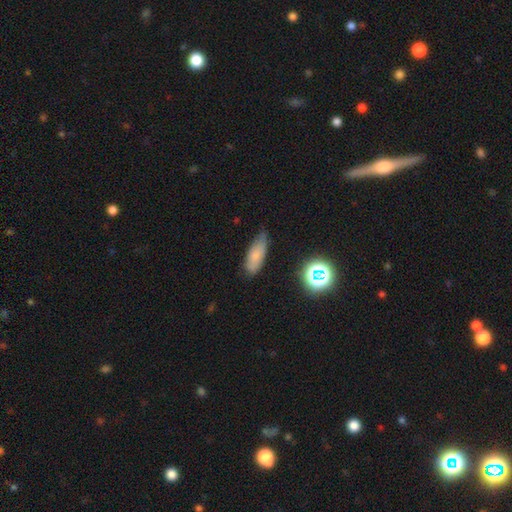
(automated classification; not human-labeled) Morphology: type=smooth (73%); roundness=in between (70%); merging=none (60%).